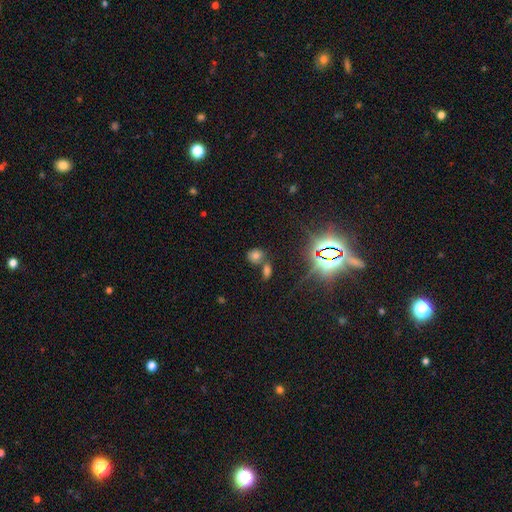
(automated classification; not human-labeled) The model was most divided on "merging": none: 57%, merger: 29%, minor disturbance: 9%, major disturbance: 4%. More confident: how rounded — round (66%); smooth or featured — smooth (62%).